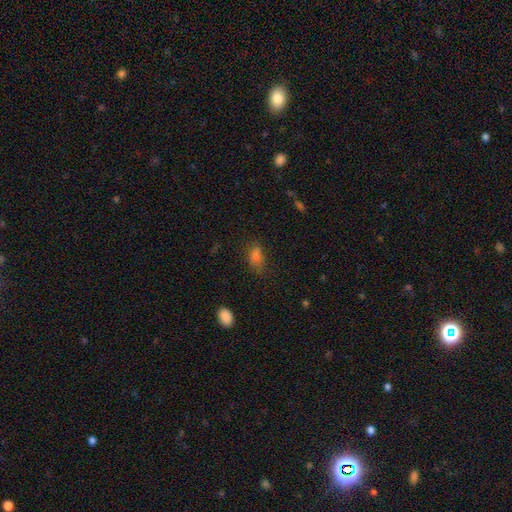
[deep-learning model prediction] smooth-or-featured: smooth: 76% | star or artifact: 16% | featured or disk: 8%
  how-rounded: in between: 83% | round: 11% | cigar-shaped: 6%
  merging: none: 64% | minor disturbance: 23% | major disturbance: 10% | merger: 3%